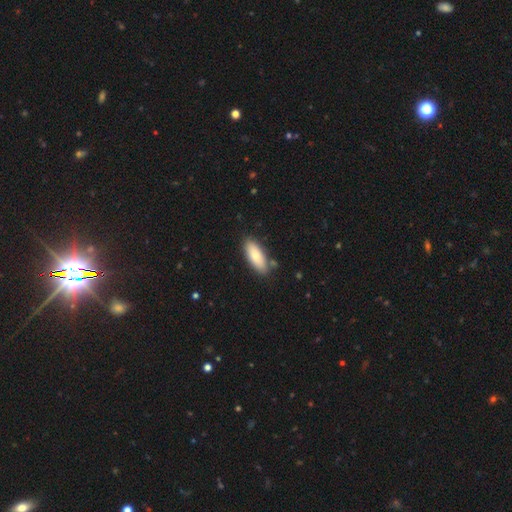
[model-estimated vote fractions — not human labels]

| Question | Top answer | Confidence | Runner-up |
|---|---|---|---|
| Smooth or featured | smooth | 82% | featured or disk (13%) |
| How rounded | in between | 74% | cigar-shaped (24%) |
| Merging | none | 83% | minor disturbance (11%) |